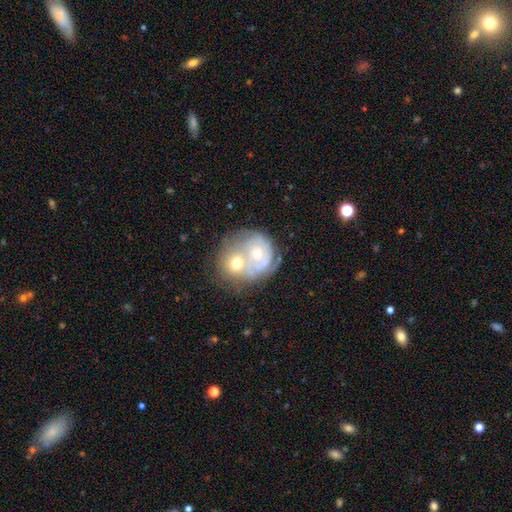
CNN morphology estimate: This is likely a featured or disk galaxy (65%). It is clearly not viewed edge-on (97%). Bar: clearly no (83%). Spiral arm pattern: likely yes (65%). Central bulge: possibly moderate (53%). Merging: likely merger (70%).